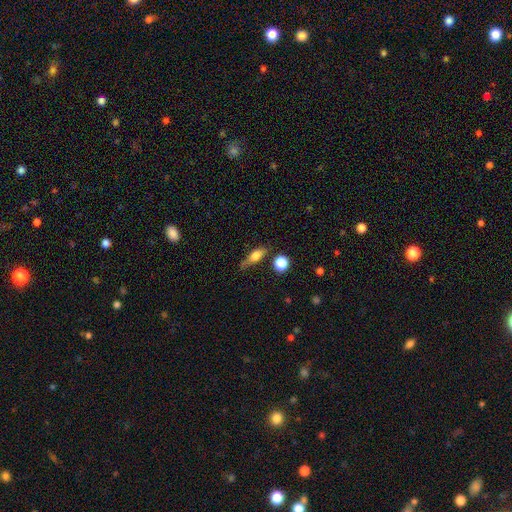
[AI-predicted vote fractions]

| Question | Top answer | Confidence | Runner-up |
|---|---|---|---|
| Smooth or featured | smooth | 65% | featured or disk (25%) |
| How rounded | in between | 56% | cigar-shaped (34%) |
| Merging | none | 56% | minor disturbance (27%) |